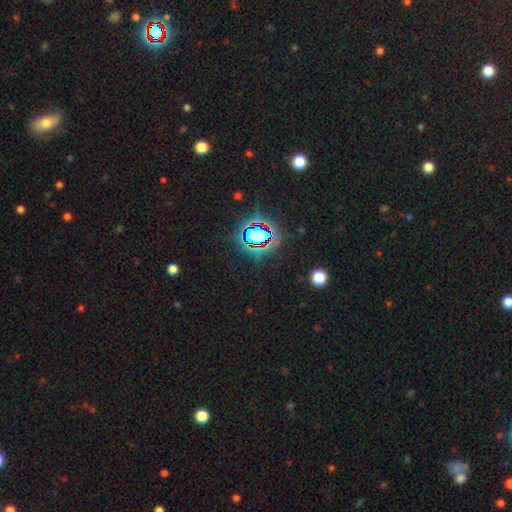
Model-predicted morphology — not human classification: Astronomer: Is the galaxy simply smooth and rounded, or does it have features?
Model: star or artifact — 84%.